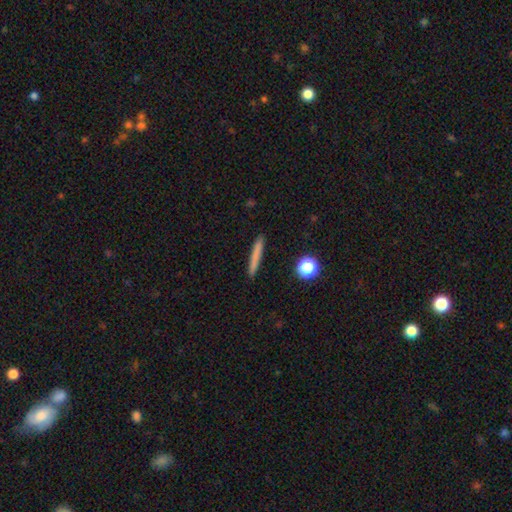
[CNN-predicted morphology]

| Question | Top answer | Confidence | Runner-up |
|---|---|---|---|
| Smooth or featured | smooth | 75% | featured or disk (17%) |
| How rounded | cigar-shaped | 95% | in between (3%) |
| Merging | none | 91% | minor disturbance (6%) |